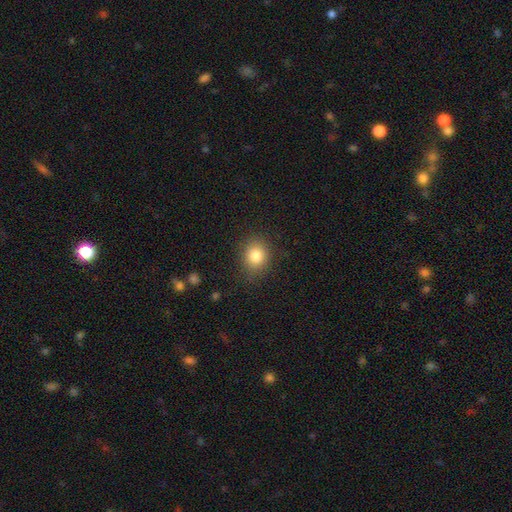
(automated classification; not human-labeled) Smooth or featured?
  - smooth: 82% *
  - star or artifact: 11%
  - featured or disk: 7%
How rounded?
  - round: 66% *
  - in between: 33%
  - cigar-shaped: 1%
Merging?
  - none: 85% *
  - minor disturbance: 11%
  - major disturbance: 3%
  - merger: 1%